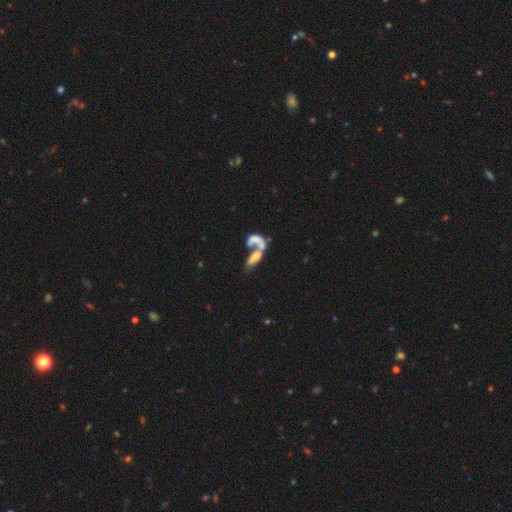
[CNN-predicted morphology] type=featured or disk (49%); merging=merger (67%).